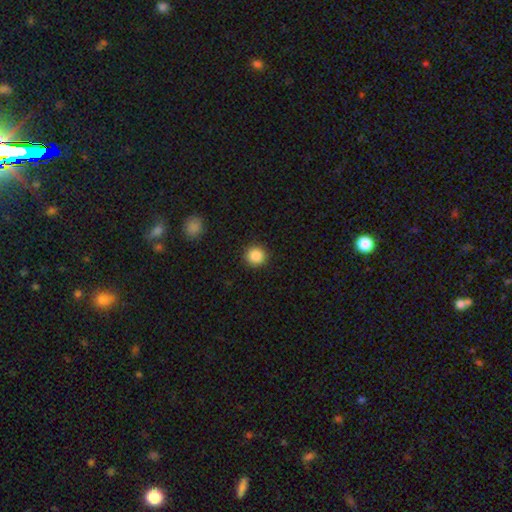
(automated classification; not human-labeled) Smooth or featured? smooth (87%)
How rounded? round (95%)
Merging? none (92%)